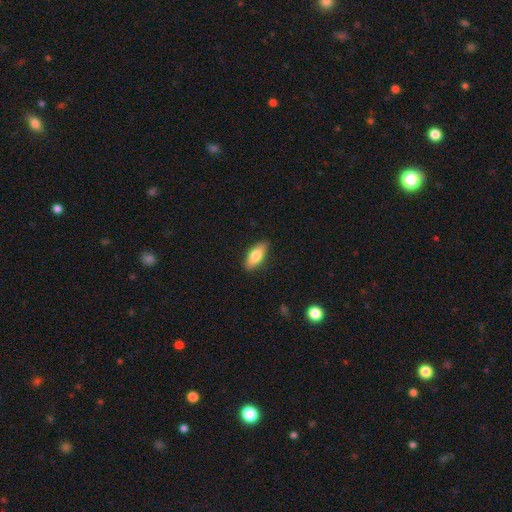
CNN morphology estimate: A smooth galaxy with no disk features (74%) that is in between round and cigar-shaped (79%). Merging: none (87%).